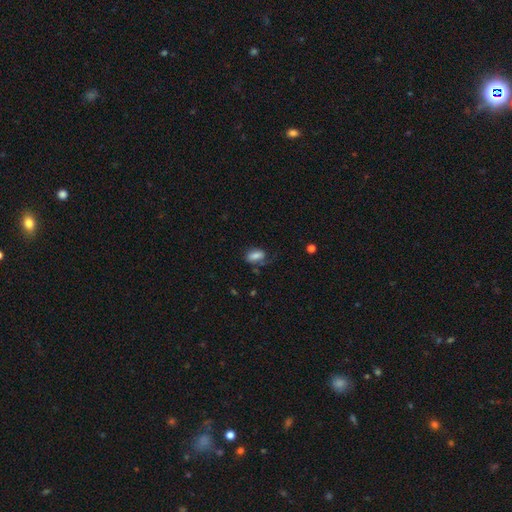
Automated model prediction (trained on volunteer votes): A smooth galaxy with no disk features (75%) that is in between round and cigar-shaped (89%). Merging: none (51%).